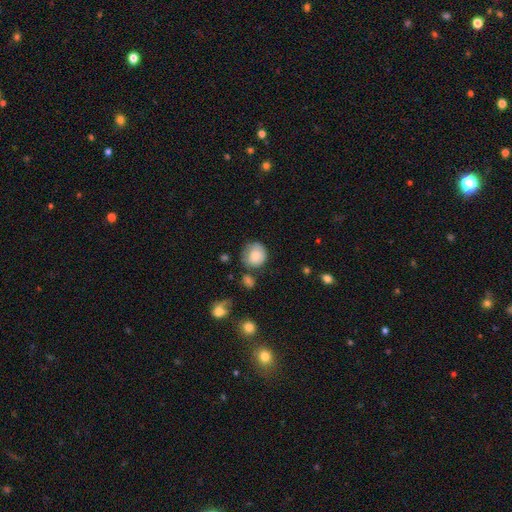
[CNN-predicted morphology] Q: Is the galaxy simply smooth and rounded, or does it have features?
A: smooth — 80%.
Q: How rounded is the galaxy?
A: round — 80%.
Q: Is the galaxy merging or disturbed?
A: none — 57%.